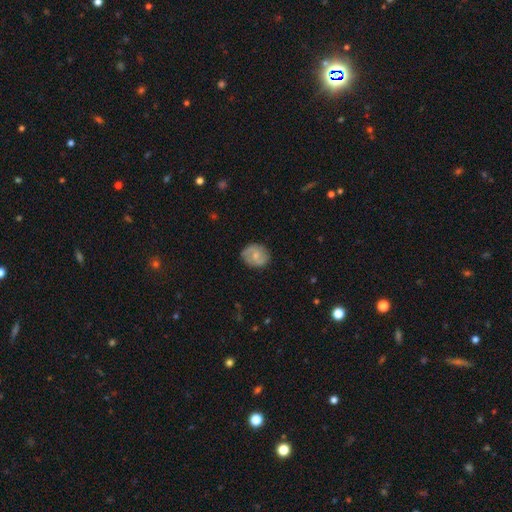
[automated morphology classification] Smooth or featured?
  - featured or disk: 53% *
  - smooth: 40%
  - star or artifact: 7%
Edge-on disk?
  - no: 97% *
  - yes: 3%
Bar?
  - no: 51% *
  - weak: 42%
  - strong: 7%
Spiral arms?
  - yes: 85% *
  - no: 15%
Bulge size?
  - moderate: 43% *
  - small: 41%
  - none: 12%
  - large: 3%
  - dominant: 1%
Merging?
  - none: 78% *
  - minor disturbance: 16%
  - major disturbance: 4%
  - merger: 1%